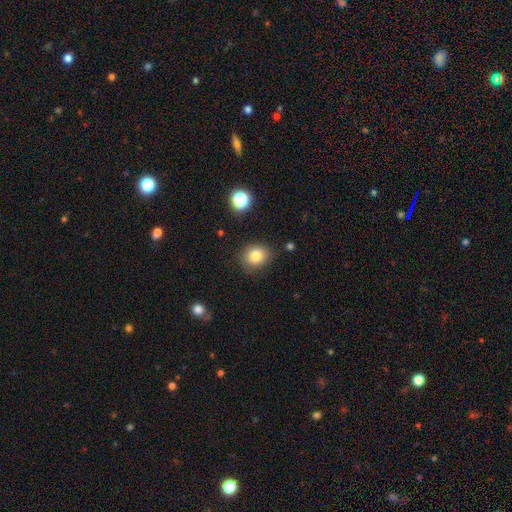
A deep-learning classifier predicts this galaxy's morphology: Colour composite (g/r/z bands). It shows a smooth galaxy with no disk features (81%) that is round (71%). Merging: none (84%).